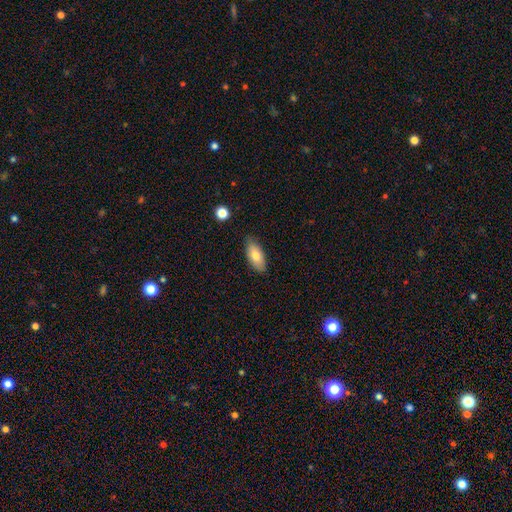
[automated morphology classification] Smooth or featured?
  - smooth: 75% *
  - featured or disk: 18%
  - star or artifact: 7%
How rounded?
  - in between: 88% *
  - cigar-shaped: 9%
  - round: 3%
Merging?
  - none: 82% *
  - minor disturbance: 14%
  - major disturbance: 2%
  - merger: 1%